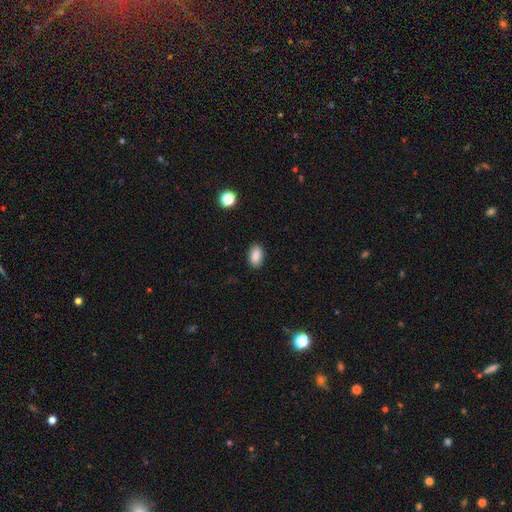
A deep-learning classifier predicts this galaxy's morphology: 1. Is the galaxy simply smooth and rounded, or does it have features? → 87% smooth, 8% star or artifact, 5% featured or disk.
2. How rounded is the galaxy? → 91% in between, 7% round, 2% cigar-shaped.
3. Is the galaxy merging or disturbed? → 87% none, 9% minor disturbance, 2% major disturbance, 1% merger.